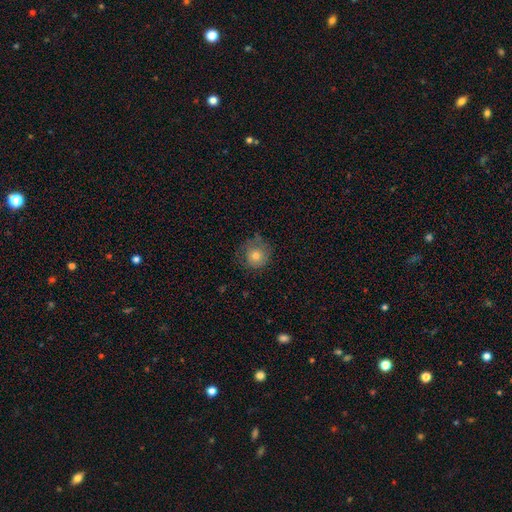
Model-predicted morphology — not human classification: The model was most divided on "merging": none: 71%, minor disturbance: 20%, major disturbance: 7%, merger: 2%. More confident: how rounded — round (91%); smooth or featured — smooth (72%).